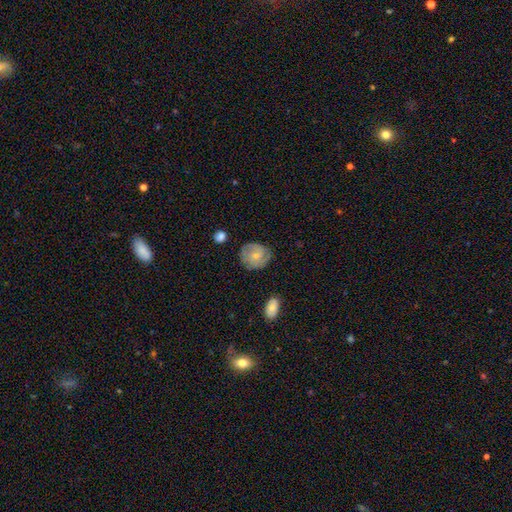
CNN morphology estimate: smooth-or-featured: featured or disk: 52% | smooth: 41% | star or artifact: 7%
  disk-edge-on: no: 97% | yes: 3%
    bar: no: 73% | weak: 23% | strong: 3%
    has-spiral-arms: yes: 84% | no: 16%
    bulge-size: small: 70% | moderate: 24% | none: 4% | large: 1% | dominant: 1%
  merging: none: 74% | minor disturbance: 19% | major disturbance: 5% | merger: 2%